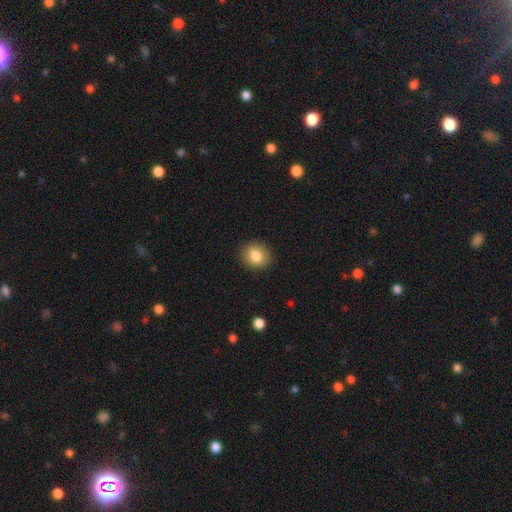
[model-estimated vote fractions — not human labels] smooth 84%, star or artifact 9%, featured or disk 7%. Down the decision tree: how rounded — round (72%); merging — none (89%).